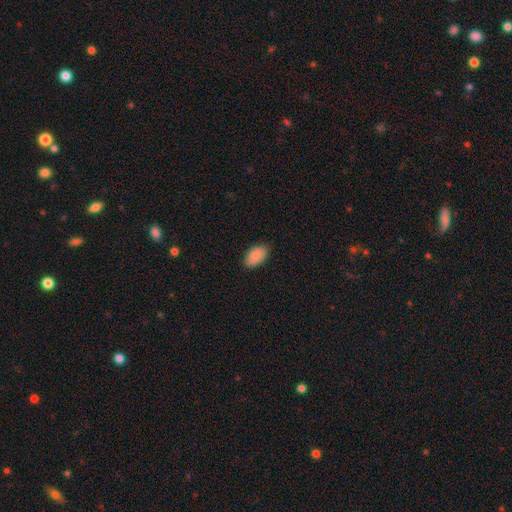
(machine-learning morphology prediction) Overall: smooth (90%). How rounded: in between (94%). Merging: none (84%).